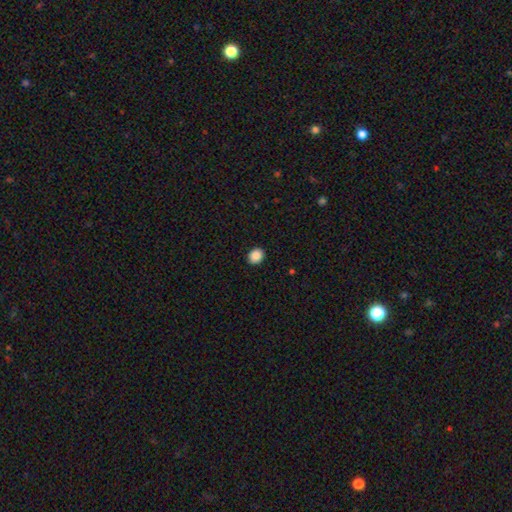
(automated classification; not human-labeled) Smooth or featured: smooth — 89% (star or artifact — 8%)
How rounded: round — 60% (in between — 39%)
Merging: none — 91% (minor disturbance — 6%)